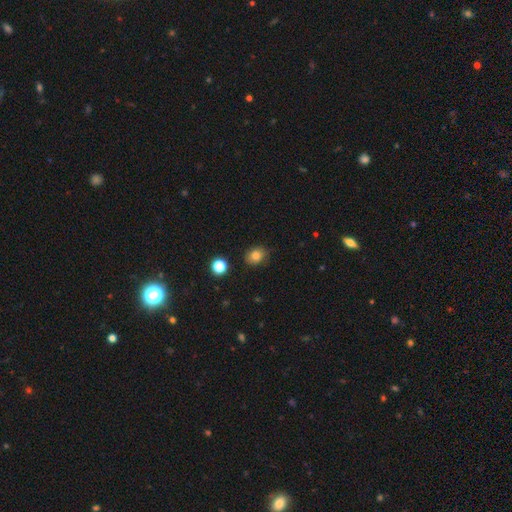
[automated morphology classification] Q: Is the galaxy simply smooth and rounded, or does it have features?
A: smooth — 81%.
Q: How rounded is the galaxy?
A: round — 56%.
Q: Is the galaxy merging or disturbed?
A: none — 81%.